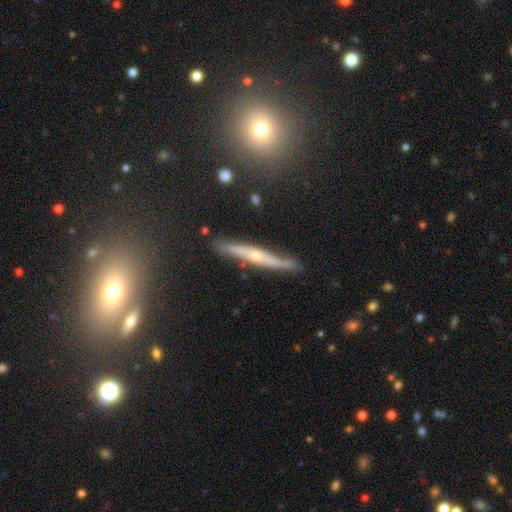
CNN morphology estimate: type=featured or disk (68%); edge-on=yes (89%); edge-on bulge=rounded (73%); merging=none (79%).